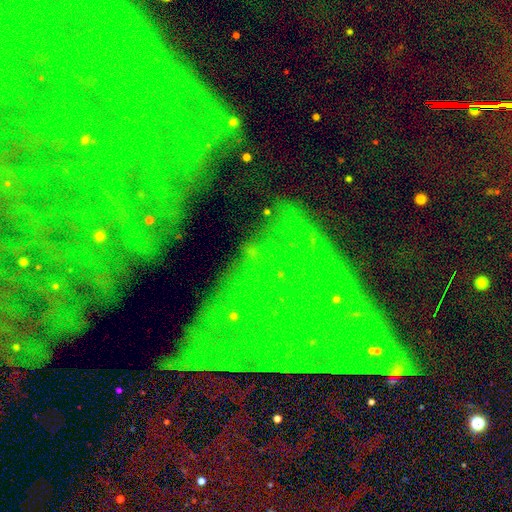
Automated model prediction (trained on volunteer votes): The model was most divided on "smooth or featured": star or artifact: 85%, featured or disk: 8%, smooth: 7%.